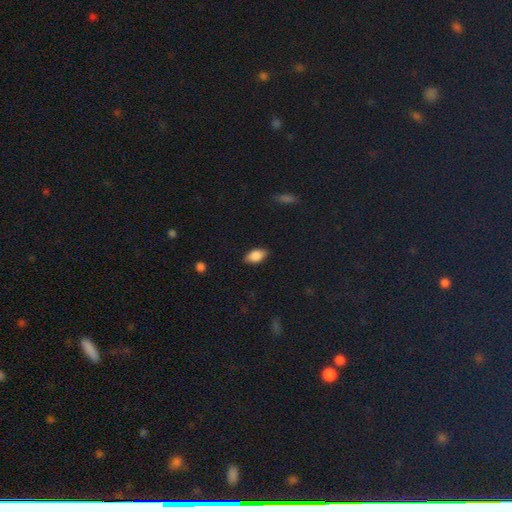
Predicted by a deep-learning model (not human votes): The model was most divided on "merging": none: 85%, minor disturbance: 12%, major disturbance: 2%, merger: 1%. More confident: how rounded — in between (90%); smooth or featured — smooth (83%).